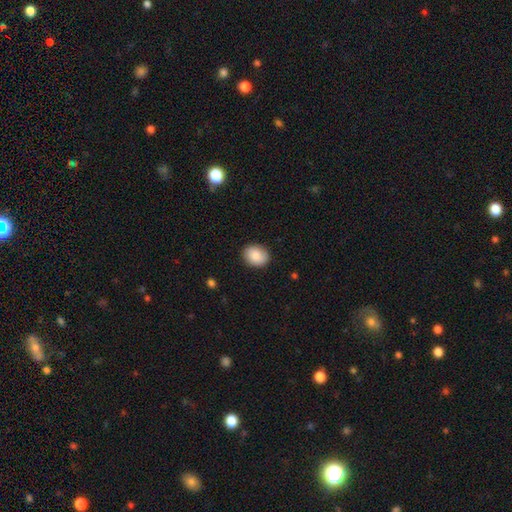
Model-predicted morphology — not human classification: Overall: smooth (86%). How rounded: round (56%; in between 43%). Merging: none (87%).